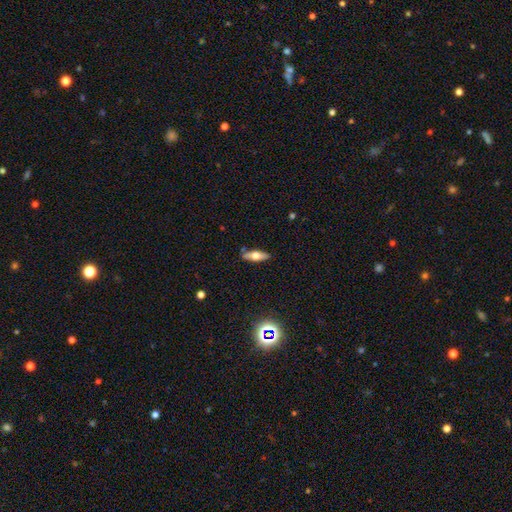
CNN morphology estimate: This is possibly a smooth galaxy (48%). Merging: clearly none (83%).